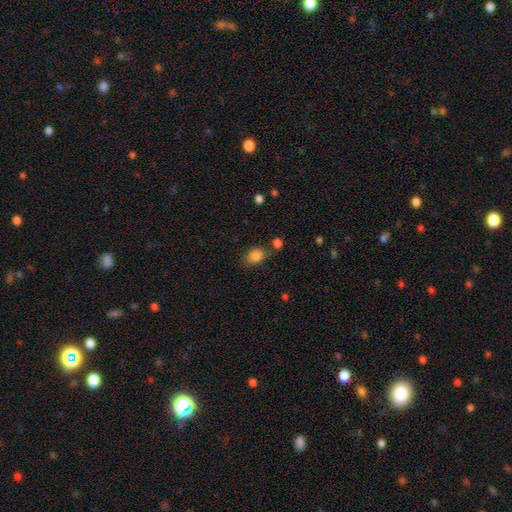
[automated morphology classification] This is clearly a smooth galaxy (85%). How rounded: likely in between (71%). Merging: likely none (66%).